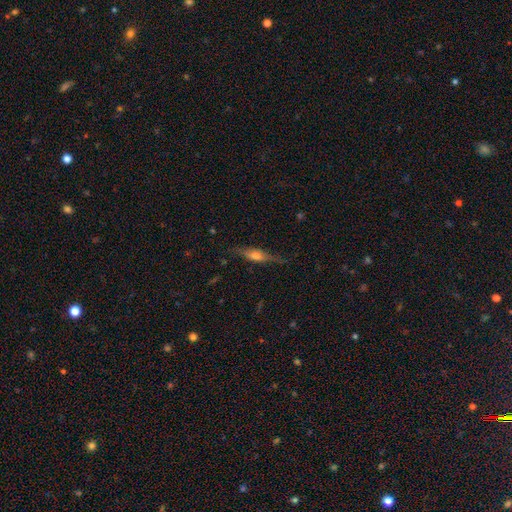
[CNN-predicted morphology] Smooth or featured?
  - featured or disk: 63% *
  - smooth: 30%
  - star or artifact: 8%
Edge-on disk?
  - yes: 94% *
  - no: 6%
Edge-on bulge?
  - rounded: 81% *
  - boxy: 14%
  - none: 5%
Merging?
  - none: 79% *
  - minor disturbance: 15%
  - major disturbance: 4%
  - merger: 1%